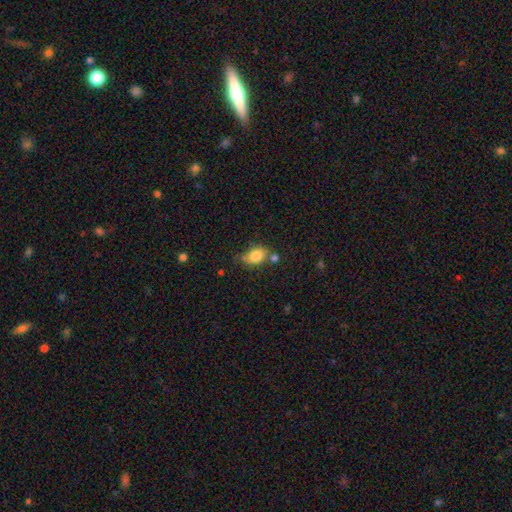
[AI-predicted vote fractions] smooth_or_featured: smooth (p=0.83) [alt: star or artifact p=0.09]
how_rounded: in between (p=0.78) [alt: round p=0.20]
merging: none (p=0.58) [alt: minor disturbance p=0.21]